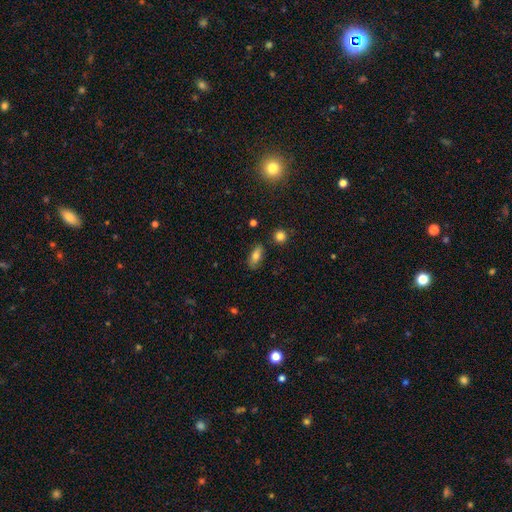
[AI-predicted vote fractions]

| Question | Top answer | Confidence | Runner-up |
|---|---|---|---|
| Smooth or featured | smooth | 75% | featured or disk (16%) |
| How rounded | in between | 80% | cigar-shaped (15%) |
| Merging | none | 82% | minor disturbance (13%) |